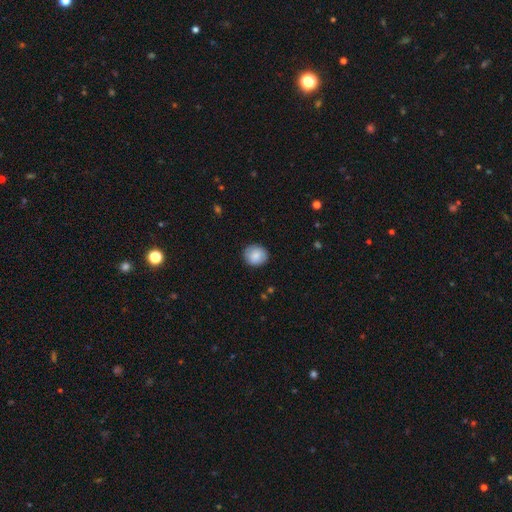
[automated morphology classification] smooth 86%, star or artifact 7%, featured or disk 7%. Down the decision tree: how rounded — round (84%); merging — none (88%).